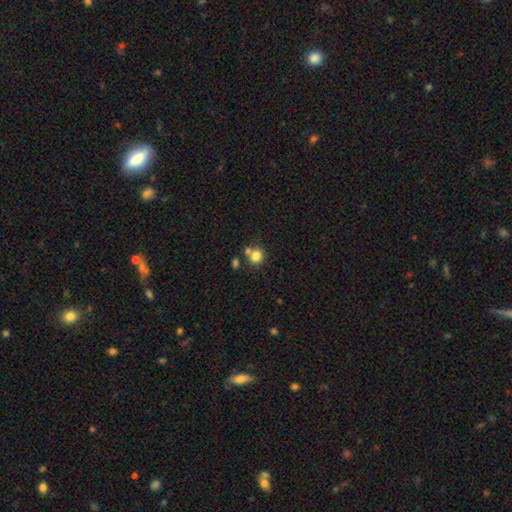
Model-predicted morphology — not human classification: This is clearly a smooth galaxy (82%). How rounded: clearly round (87%). Merging: possibly none (59%).